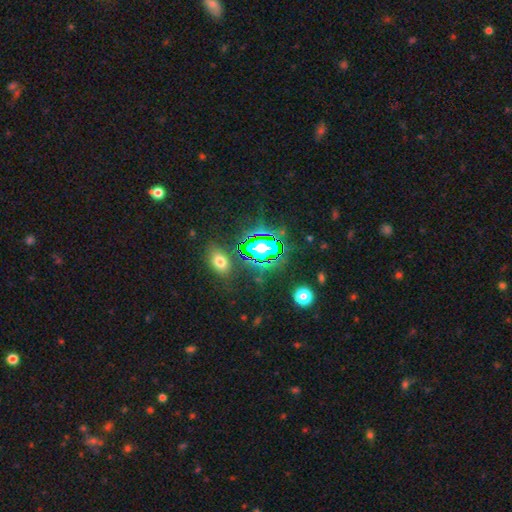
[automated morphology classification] Q: Smooth or featured?
A: star or artifact (68%); runner-up: smooth (23%)